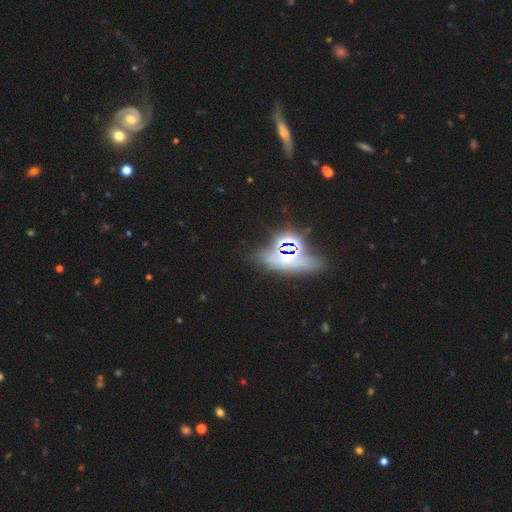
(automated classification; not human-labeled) star or artifact 46%, featured or disk 28%, smooth 26%.